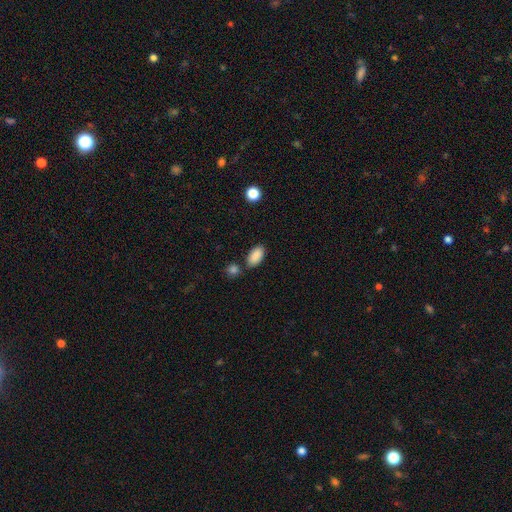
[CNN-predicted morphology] A smooth galaxy with no disk features (88%) that is in between round and cigar-shaped (93%). Merging: none (77%).